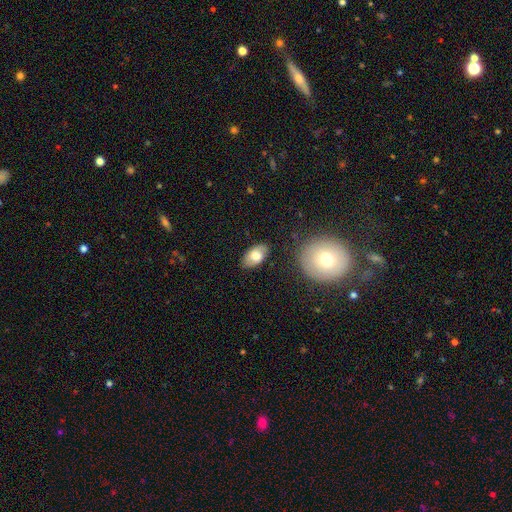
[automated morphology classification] Overall: smooth (73%). How rounded: in between (93%). Merging: none (83%).